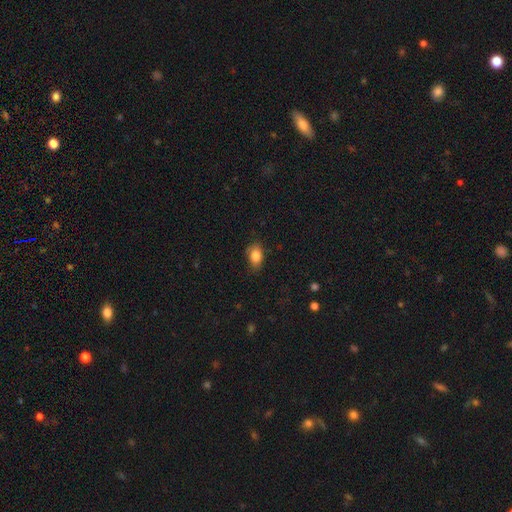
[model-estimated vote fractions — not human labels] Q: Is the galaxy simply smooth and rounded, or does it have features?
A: smooth — 83%.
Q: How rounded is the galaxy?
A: in between — 82%.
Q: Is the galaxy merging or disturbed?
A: none — 73%.